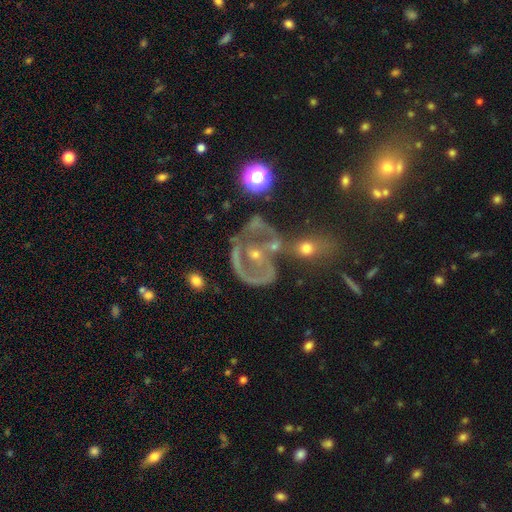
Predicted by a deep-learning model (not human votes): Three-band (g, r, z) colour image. It shows a featured or disk galaxy (71%) with no bar (71%), spiral arms (51%) and a small central bulge (53%). Merging: merger (32%).